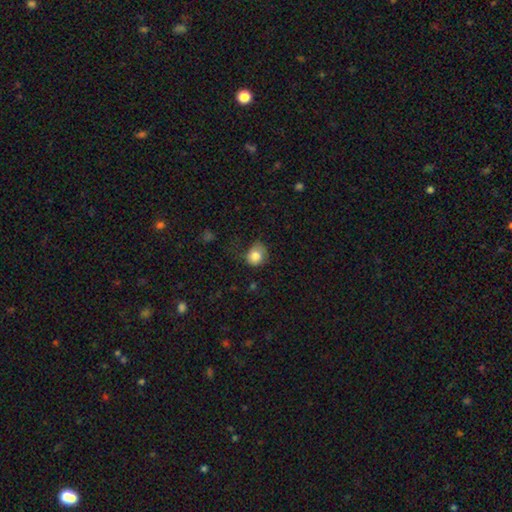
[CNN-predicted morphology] smooth_or_featured: smooth (p=0.82) [alt: star or artifact p=0.09]
how_rounded: round (p=0.65) [alt: in between p=0.34]
merging: none (p=0.47) [alt: minor disturbance p=0.35]